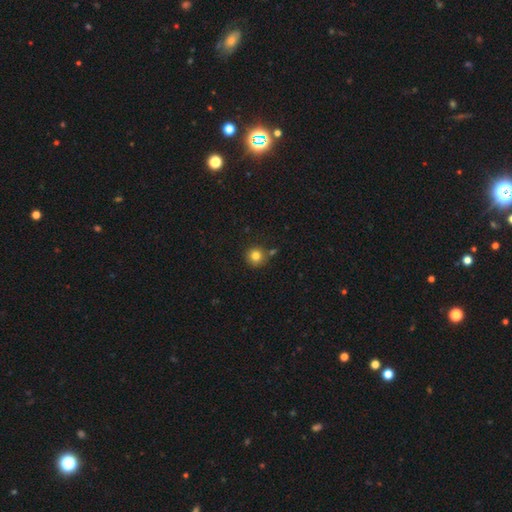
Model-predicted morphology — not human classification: A smooth galaxy with no disk features (82%) that is round (93%).

Vote fractions:
- Smooth or featured? smooth: 82% / star or artifact: 11% / featured or disk: 7%
- How rounded? round: 93% / in between: 6% / cigar-shaped: 1%
- Merging? none: 78% / minor disturbance: 11% / merger: 9% / major disturbance: 3%